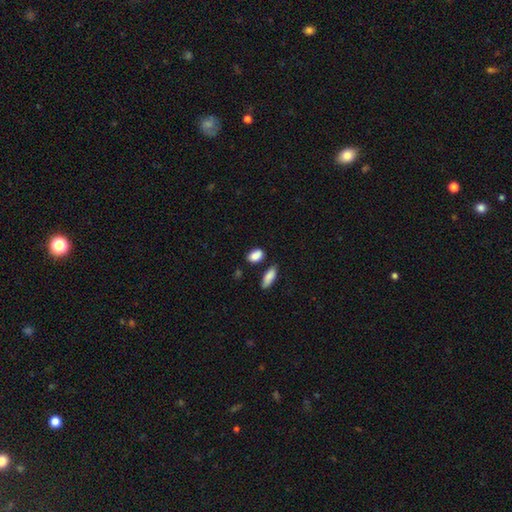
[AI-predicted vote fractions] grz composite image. It shows a smooth galaxy with no disk features (88%) that is in between round and cigar-shaped (85%). Merging: none (73%).